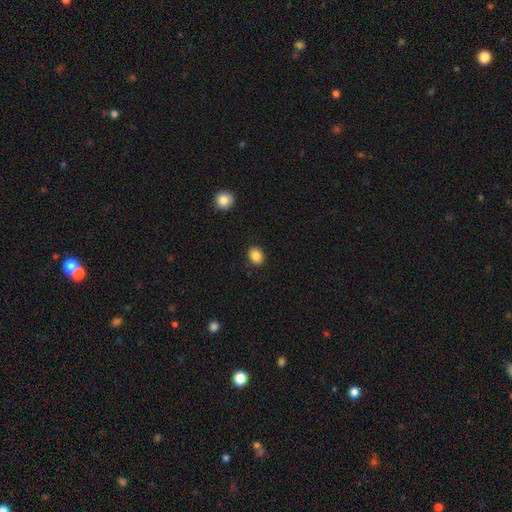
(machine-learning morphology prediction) type=smooth (86%); roundness=round (51%); merging=none (90%).